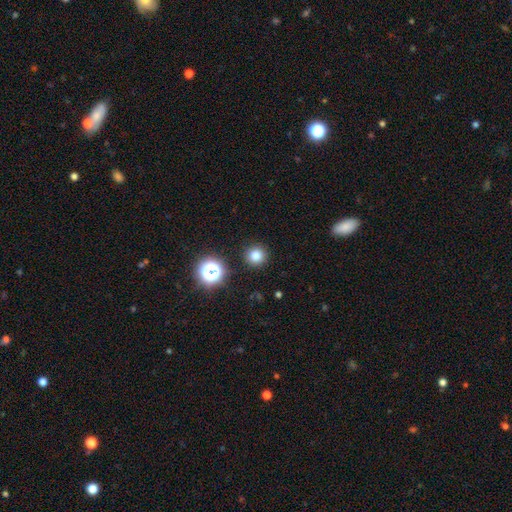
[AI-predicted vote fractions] smooth_or_featured: smooth (p=0.79) [alt: star or artifact p=0.15]
how_rounded: round (p=0.95) [alt: in between p=0.04]
merging: none (p=0.91) [alt: minor disturbance p=0.05]